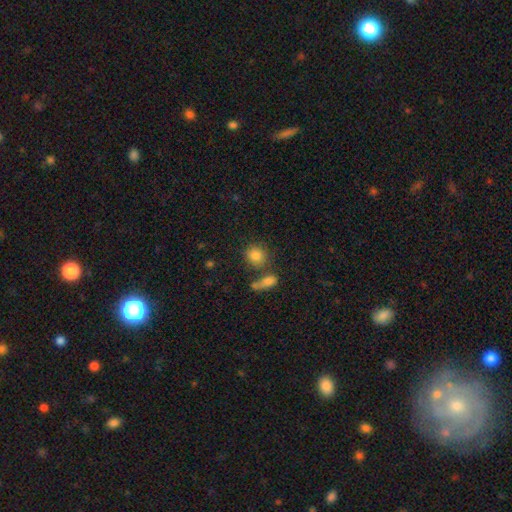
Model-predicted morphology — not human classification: type=smooth (83%); roundness=round (76%); merging=none (63%).